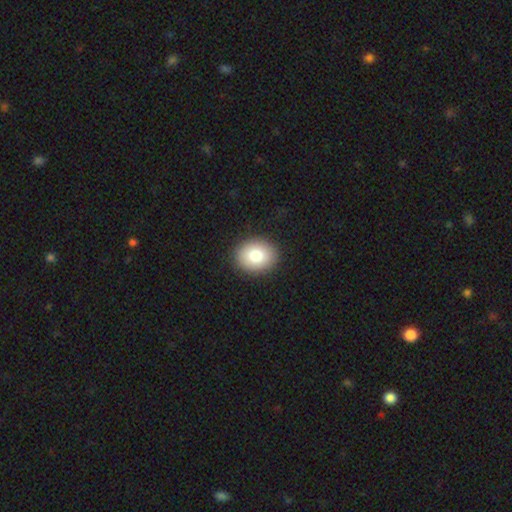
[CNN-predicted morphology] smooth_or_featured: smooth (p=0.81) [alt: featured or disk p=0.10]
how_rounded: round (p=0.51) [alt: in between p=0.48]
merging: none (p=0.90) [alt: minor disturbance p=0.07]